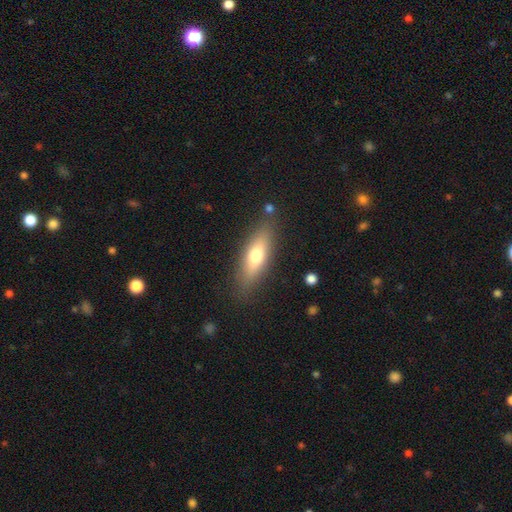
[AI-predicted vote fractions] Morphology: type=smooth (63%); roundness=in between (53%); merging=none (82%).